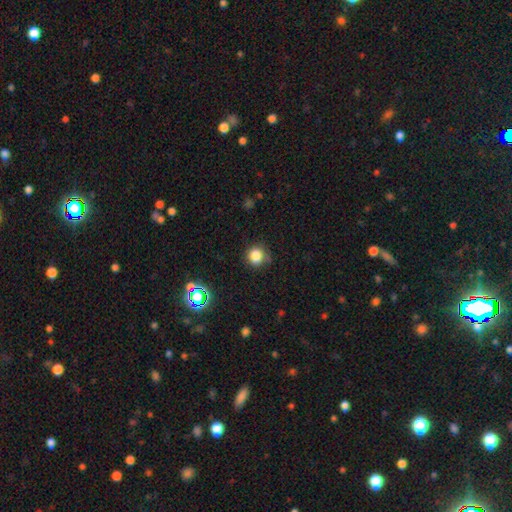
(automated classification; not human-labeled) A smooth galaxy with no disk features (82%) that is round (88%). Merging: none (76%).